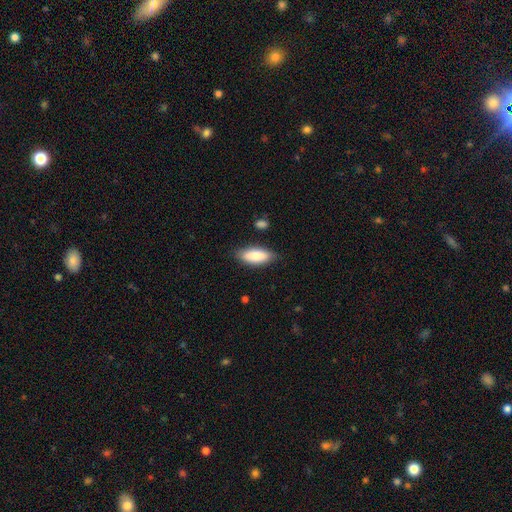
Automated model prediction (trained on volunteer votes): smooth 81%, featured or disk 13%, star or artifact 6%. Down the decision tree: how rounded — in between (78%); merging — none (82%).